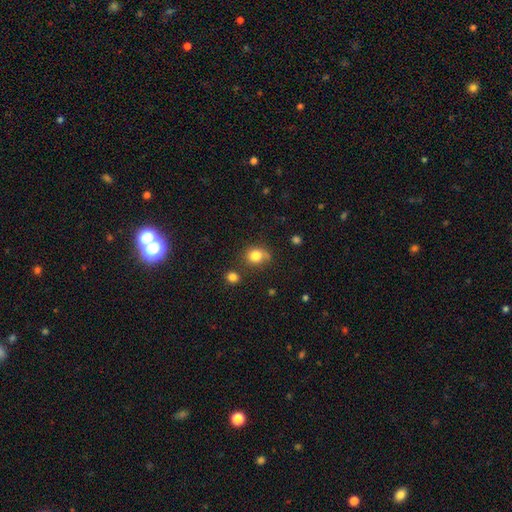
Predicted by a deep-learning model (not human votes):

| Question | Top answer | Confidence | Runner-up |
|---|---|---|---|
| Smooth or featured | smooth | 82% | star or artifact (11%) |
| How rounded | round | 71% | in between (28%) |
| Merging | none | 63% | minor disturbance (22%) |